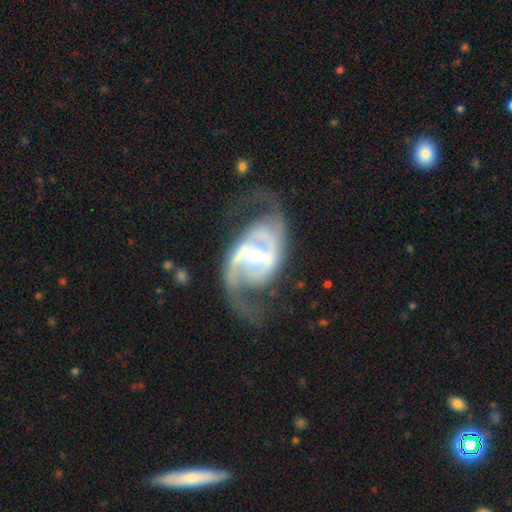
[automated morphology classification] Smooth or featured? Predicted: featured or disk (p=0.90). Edge-on disk? Predicted: no (p=0.96). Bar? Predicted: strong (p=0.36, tied with weak). Spiral arms? Predicted: yes (p=0.92). Spiral winding? Predicted: medium (p=0.50). Spiral arm count? Predicted: 2 (p=0.87). Bulge size? Predicted: moderate (p=0.66). Merging? Predicted: none (p=0.63).